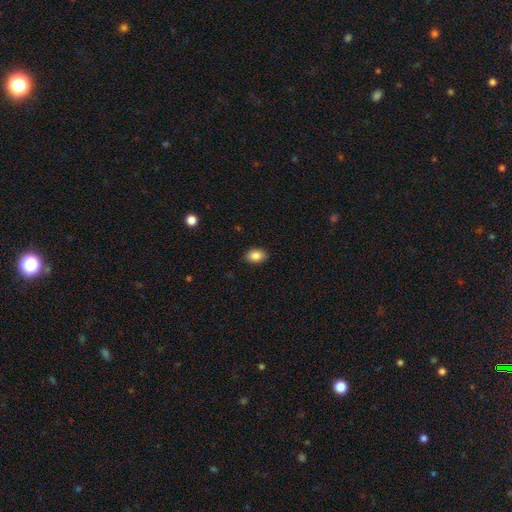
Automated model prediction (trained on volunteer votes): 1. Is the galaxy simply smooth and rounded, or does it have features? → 87% smooth, 8% star or artifact, 5% featured or disk.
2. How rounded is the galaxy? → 83% in between, 16% round, 1% cigar-shaped.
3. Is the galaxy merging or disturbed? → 89% none, 8% minor disturbance, 2% major disturbance, 1% merger.